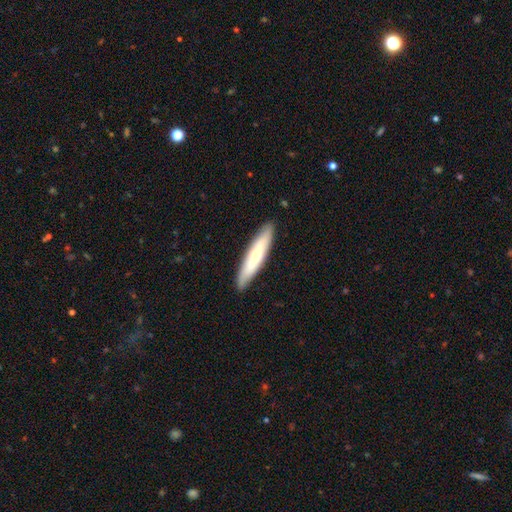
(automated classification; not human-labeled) A smooth galaxy with no disk features (52%) that is cigar-shaped (83%). Merging: none (88%).